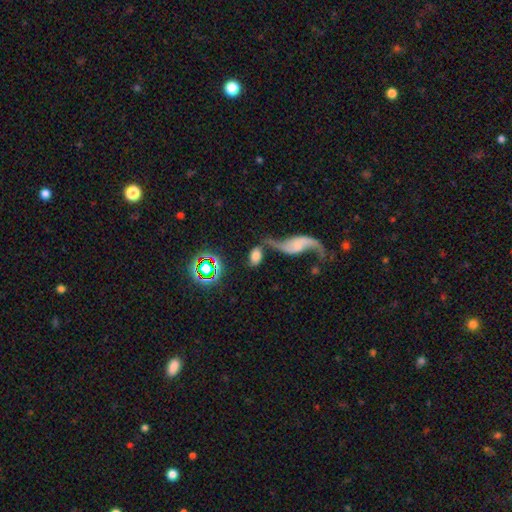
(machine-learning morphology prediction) Overall: smooth (57%; featured or disk 30%). How rounded: in between (86%). Merging: none (38%; merger 34%).